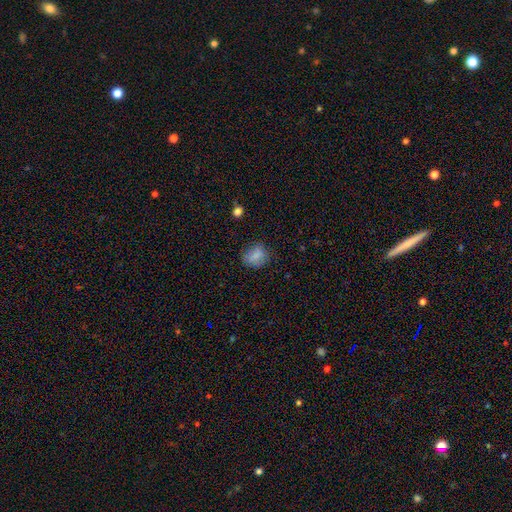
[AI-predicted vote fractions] This appears to be a smooth galaxy with no disk features (79%) that is round (50%). Merging: none (72%).